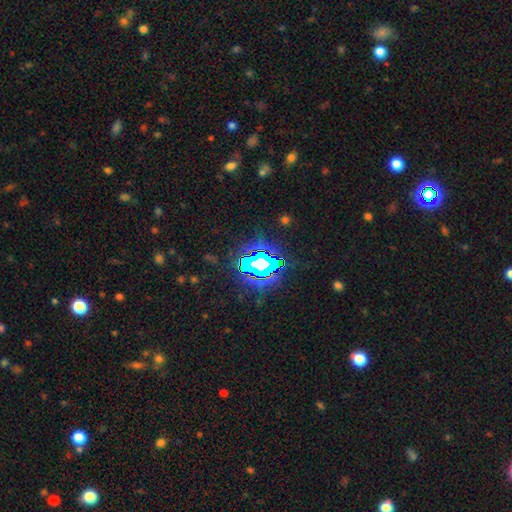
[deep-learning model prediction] smooth-or-featured: star or artifact: 79% | smooth: 14% | featured or disk: 7%